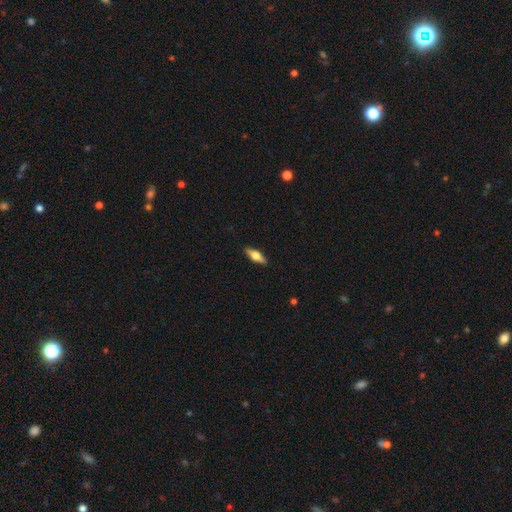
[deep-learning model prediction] Overall: featured or disk (48%; smooth 46%). Merging: none (89%).